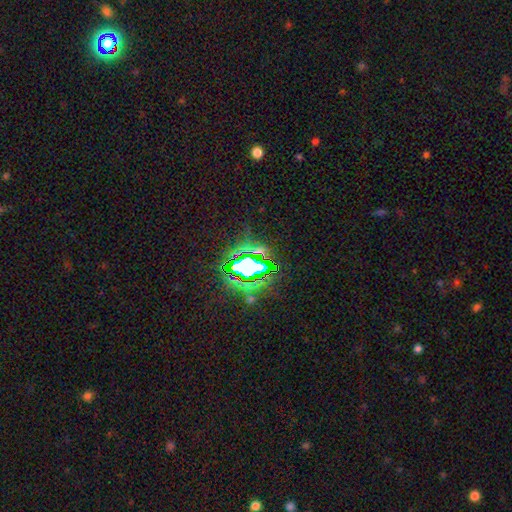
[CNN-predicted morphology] star or artifact 77%, smooth 12%, featured or disk 11%.